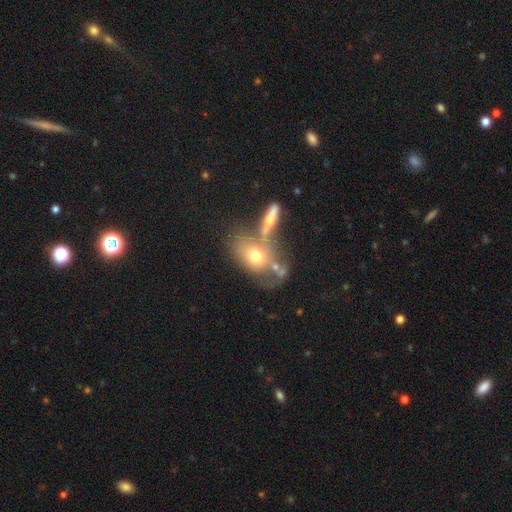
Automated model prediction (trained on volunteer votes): Smooth or featured? Predicted: smooth (p=0.62). How rounded? Predicted: in between (p=0.66). Merging? Predicted: merger (p=0.37).